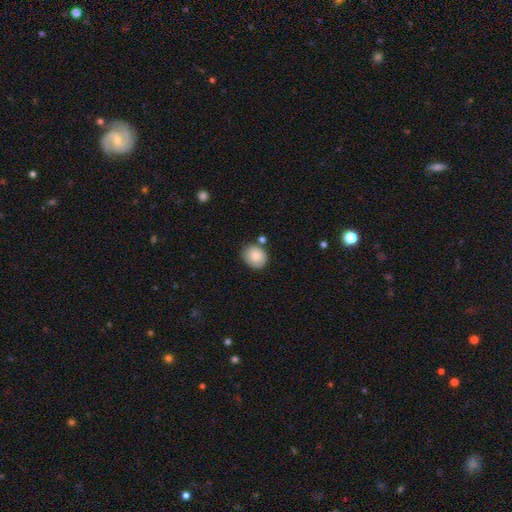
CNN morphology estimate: Q: Smooth or featured?
A: smooth (83%); runner-up: featured or disk (10%)
Q: How rounded?
A: round (65%); runner-up: in between (34%)
Q: Merging?
A: none (75%); runner-up: minor disturbance (14%)